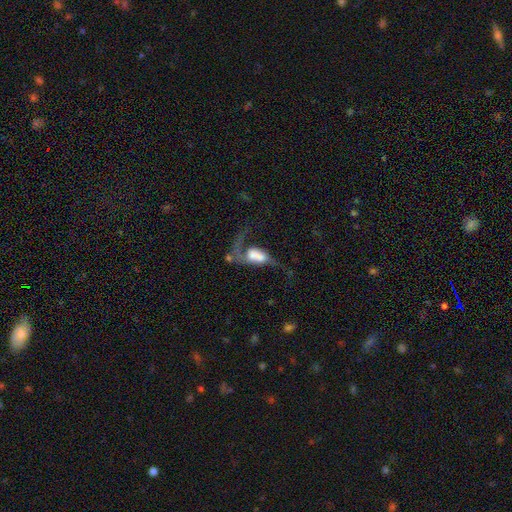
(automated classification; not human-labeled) Overall: featured or disk (62%; smooth 30%). Edge-on disk: no (93%). Bar: no (55%; weak 28%). Spiral arms: yes (78%). Bulge size: large (35%; none 21%). Merging: major disturbance (41%; none 24%).